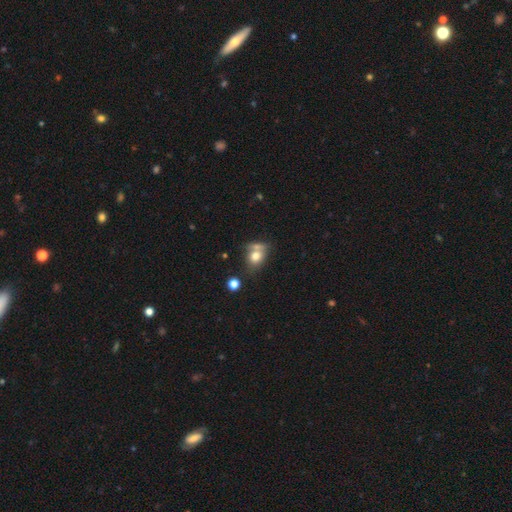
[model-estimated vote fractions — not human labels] Smooth or featured? Predicted: smooth (p=0.75). How rounded? Predicted: in between (p=0.52). Merging? Predicted: none (p=0.39).